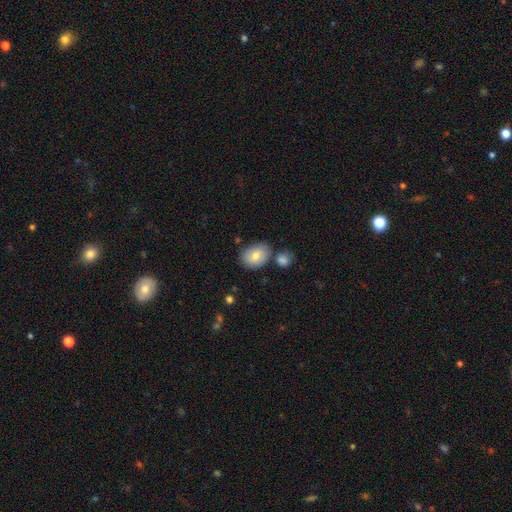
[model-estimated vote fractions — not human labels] Morphology: type=smooth (72%); roundness=in between (74%); merging=none (69%).